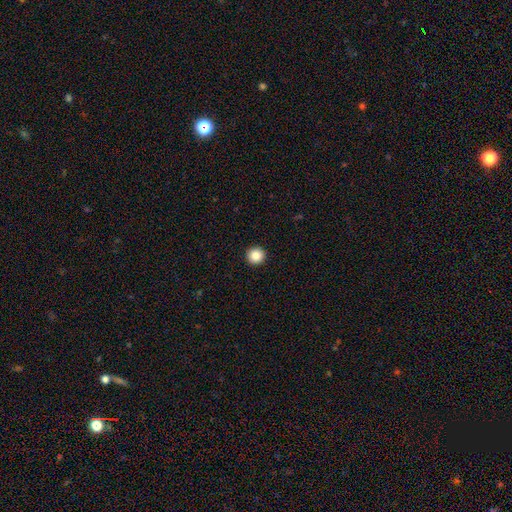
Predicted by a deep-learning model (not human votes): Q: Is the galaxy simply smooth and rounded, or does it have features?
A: smooth — 86%.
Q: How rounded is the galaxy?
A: round — 96%.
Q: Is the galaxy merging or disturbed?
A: none — 94%.